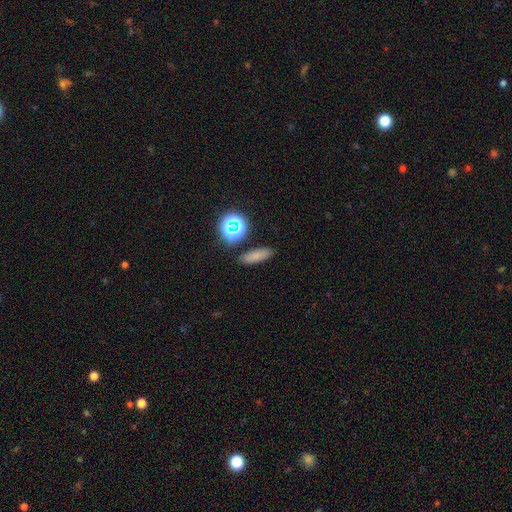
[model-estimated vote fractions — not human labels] smooth 75%, star or artifact 17%, featured or disk 8%. Down the decision tree: how rounded — cigar-shaped (47%); merging — none (86%).